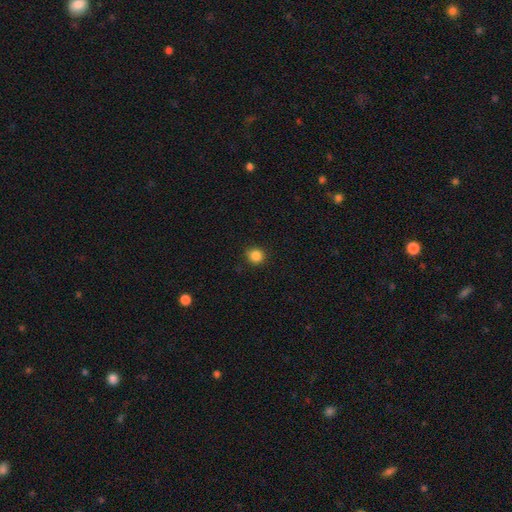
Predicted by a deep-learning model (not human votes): This is clearly a smooth galaxy (86%). How rounded: clearly round (89%). Merging: clearly none (87%).